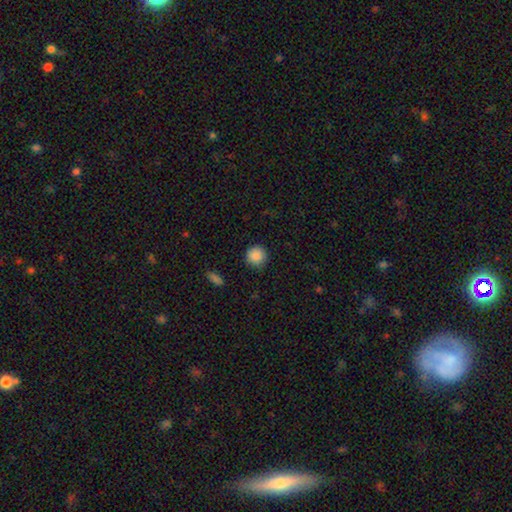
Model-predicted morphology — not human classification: smooth-or-featured: smooth: 88% | star or artifact: 9% | featured or disk: 3%
  how-rounded: round: 94% | in between: 5% | cigar-shaped: 1%
  merging: none: 88% | minor disturbance: 8% | major disturbance: 2% | merger: 1%